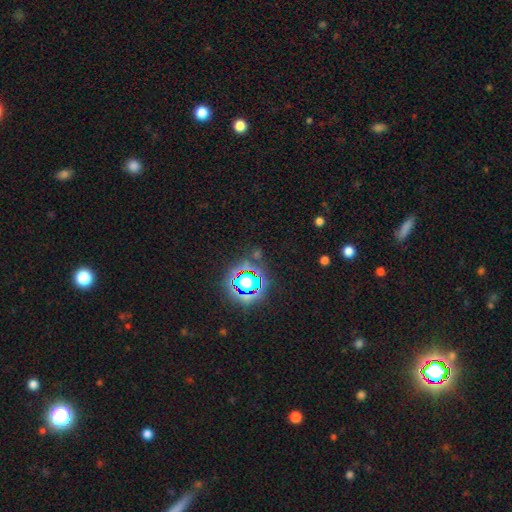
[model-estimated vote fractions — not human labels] Smooth or featured?
  - star or artifact: 73% *
  - smooth: 18%
  - featured or disk: 9%